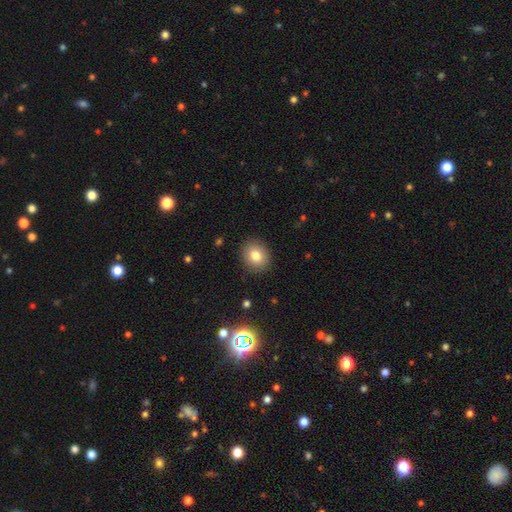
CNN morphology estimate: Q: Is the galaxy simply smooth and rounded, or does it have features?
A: smooth — 80%.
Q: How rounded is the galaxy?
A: round — 74%.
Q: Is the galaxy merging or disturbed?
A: none — 89%.